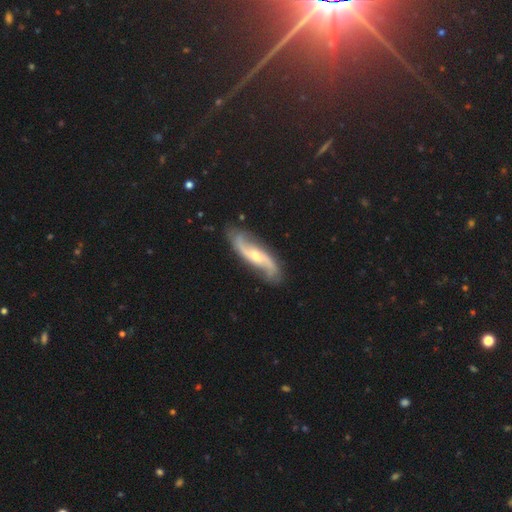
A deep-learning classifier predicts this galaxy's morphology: featured or disk 87%, smooth 8%, star or artifact 5%. Down the decision tree: edge-on disk — no (89%); bar — no (44%); spiral arms — yes (96%); spiral arm count — 2 (92%); spiral winding — loose (66%); bulge size — moderate (53%); merging — none (81%).